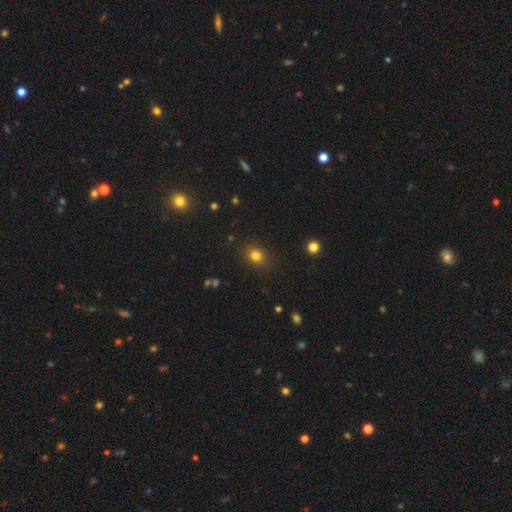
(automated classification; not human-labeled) Morphology: type=smooth (81%); roundness=round (56%); merging=none (86%).